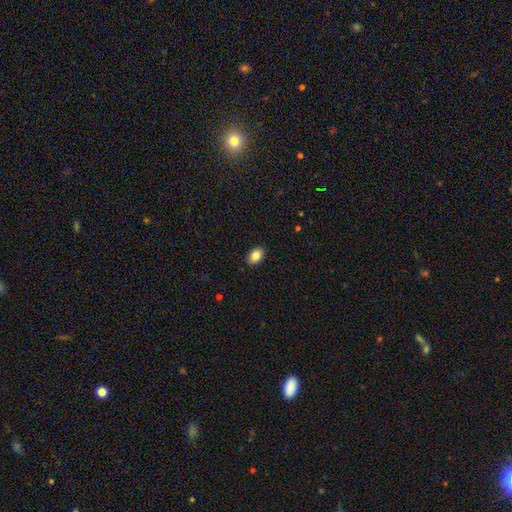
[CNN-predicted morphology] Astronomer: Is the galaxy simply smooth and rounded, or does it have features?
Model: smooth — 86%.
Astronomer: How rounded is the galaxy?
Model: in between — 77%.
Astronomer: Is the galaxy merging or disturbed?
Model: none — 90%.